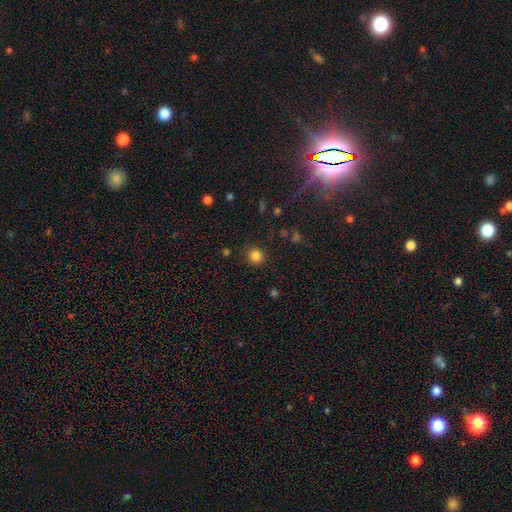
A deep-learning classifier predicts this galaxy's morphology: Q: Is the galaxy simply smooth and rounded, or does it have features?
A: smooth — 83%.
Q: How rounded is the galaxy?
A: round — 92%.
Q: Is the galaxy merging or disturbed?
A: none — 89%.